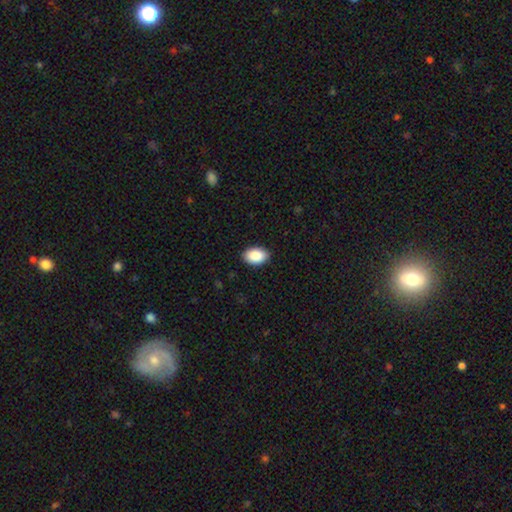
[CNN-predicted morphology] smooth 89%, star or artifact 7%, featured or disk 4%. Down the decision tree: how rounded — in between (90%); merging — none (88%).